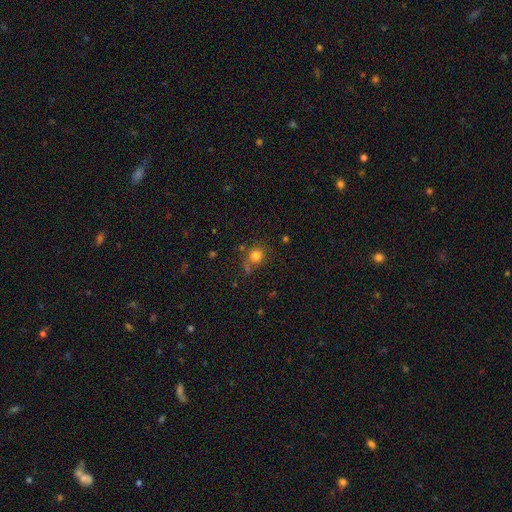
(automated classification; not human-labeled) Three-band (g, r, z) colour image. It shows a smooth galaxy with no disk features (78%) that is round (84%). Merging: none (64%).